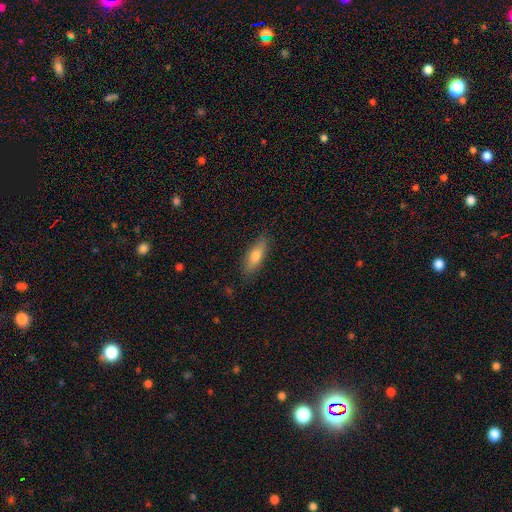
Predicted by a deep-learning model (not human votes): Smooth or featured? smooth (73%)
How rounded? in between (53%)
Merging? none (86%)